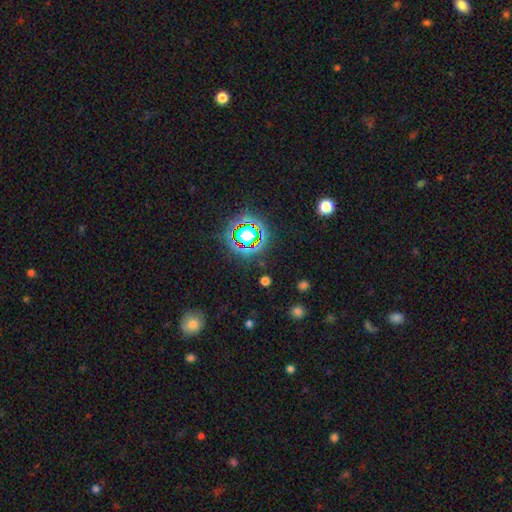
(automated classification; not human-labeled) smooth-or-featured: star or artifact: 77% | smooth: 15% | featured or disk: 8%